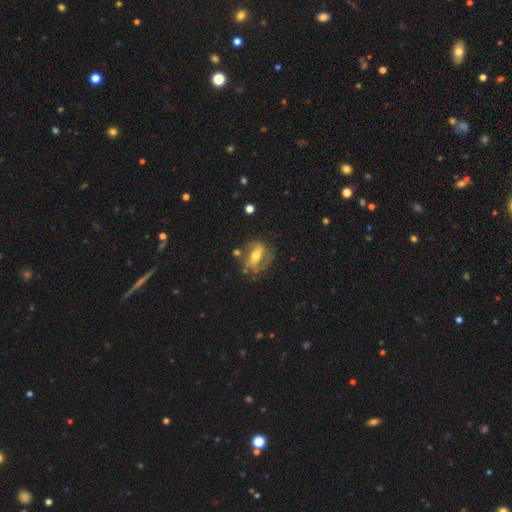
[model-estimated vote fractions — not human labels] Smooth or featured? featured or disk (70%)
Edge-on disk? no (88%)
Bar? strong (50%)
Spiral arms? yes (72%)
Bulge size? moderate (67%)
Merging? none (62%)